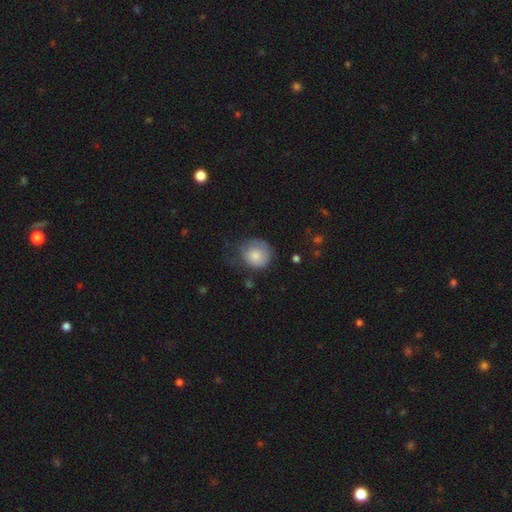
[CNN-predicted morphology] Smooth or featured? Predicted: smooth (p=0.79). How rounded? Predicted: round (p=0.80). Merging? Predicted: none (p=0.46).